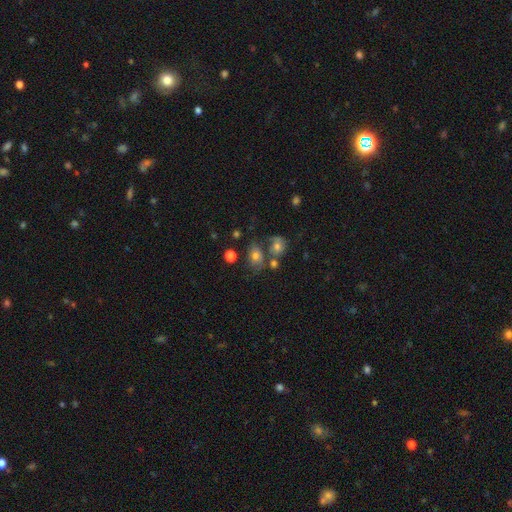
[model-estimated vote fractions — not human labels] This appears to be a smooth galaxy with no disk features (63%) that is in between round and cigar-shaped (65%). Merging: none (48%).